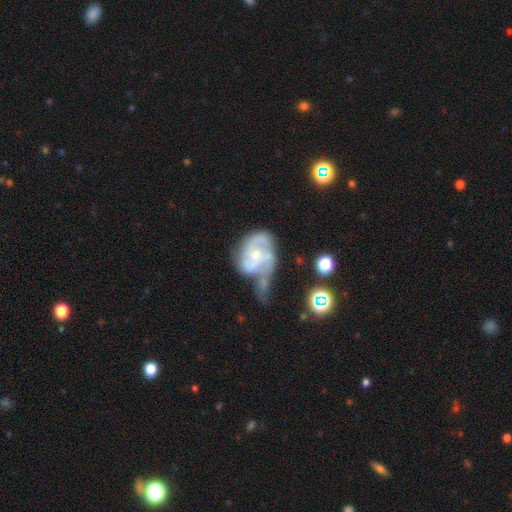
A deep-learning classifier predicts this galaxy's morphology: Smooth or featured? featured or disk (76%)
Edge-on disk? no (97%)
Bar? no (69%)
Spiral arms? yes (83%)
Spiral winding? medium (41%)
Spiral arm count? 2 (40%)
Bulge size? small (59%)
Merging? major disturbance (30%)